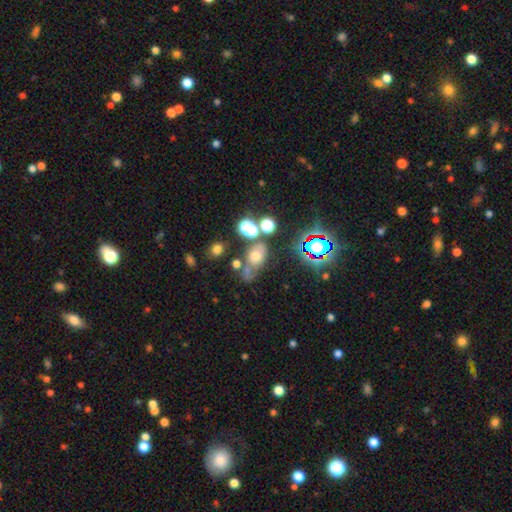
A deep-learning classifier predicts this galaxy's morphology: A smooth galaxy with no disk features (54%) that is in between round and cigar-shaped (68%).

Vote fractions:
- Smooth or featured? smooth: 54% / star or artifact: 25% / featured or disk: 20%
- How rounded? in between: 68% / round: 29% / cigar-shaped: 3%
- Merging? none: 45% / merger: 26% / minor disturbance: 18% / major disturbance: 12%